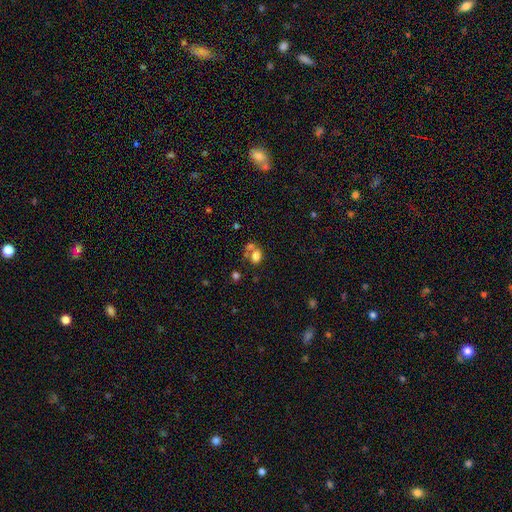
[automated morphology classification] A smooth galaxy with no disk features (76%) that is in between round and cigar-shaped (57%).

Vote fractions:
- Smooth or featured? smooth: 76% / star or artifact: 13% / featured or disk: 11%
- How rounded? in between: 57% / round: 42% / cigar-shaped: 1%
- Merging? none: 43% / merger: 40% / minor disturbance: 11% / major disturbance: 6%